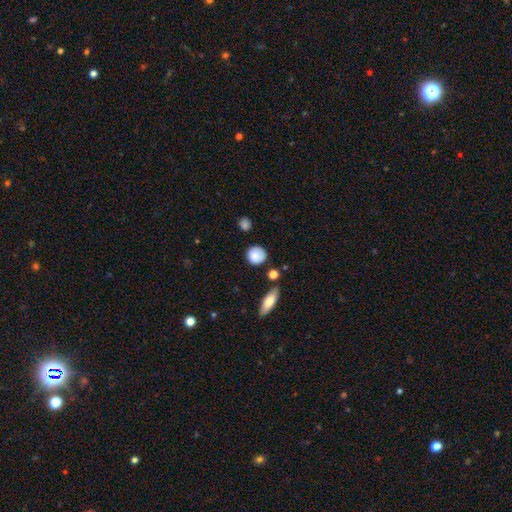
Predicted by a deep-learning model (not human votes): smooth-or-featured: smooth: 86% | star or artifact: 8% | featured or disk: 7%
  how-rounded: round: 86% | in between: 12% | cigar-shaped: 2%
  merging: none: 82% | minor disturbance: 11% | merger: 4% | major disturbance: 3%